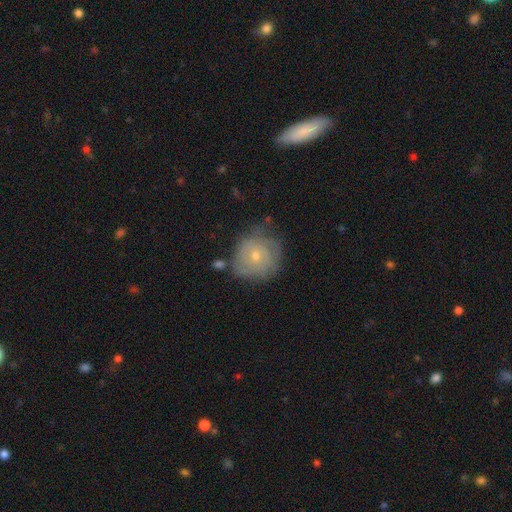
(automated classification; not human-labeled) Q: Smooth or featured?
A: featured or disk (56%); runner-up: smooth (36%)
Q: Edge-on disk?
A: no (97%); runner-up: yes (3%)
Q: Bar?
A: no (80%); runner-up: weak (17%)
Q: Spiral arms?
A: yes (73%); runner-up: no (27%)
Q: Bulge size?
A: small (59%); runner-up: moderate (38%)
Q: Merging?
A: none (61%); runner-up: minor disturbance (25%)